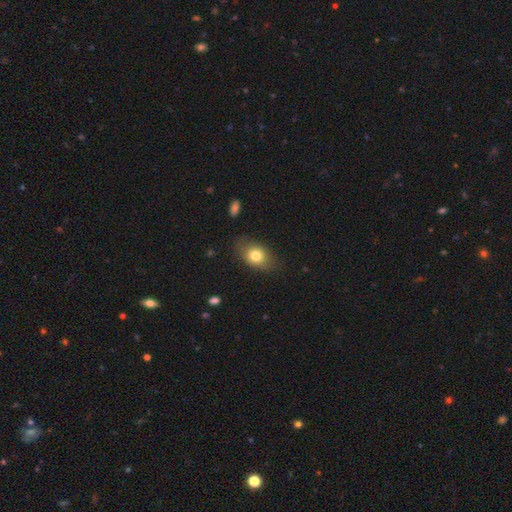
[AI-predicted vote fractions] Smooth or featured? smooth (77%)
How rounded? in between (73%)
Merging? none (76%)